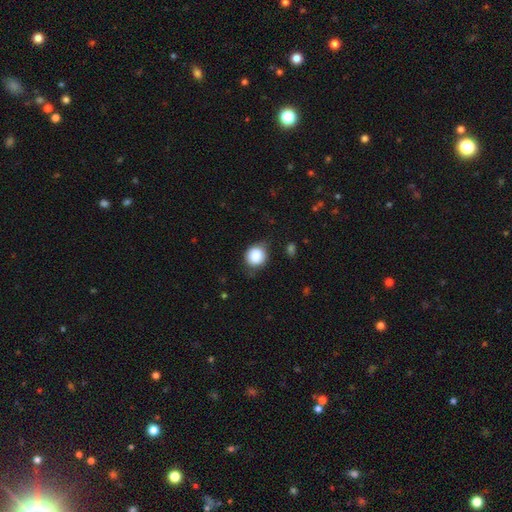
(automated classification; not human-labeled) smooth_or_featured: smooth (p=0.85) [alt: star or artifact p=0.09]
how_rounded: round (p=0.85) [alt: in between p=0.14]
merging: none (p=0.68) [alt: minor disturbance p=0.23]